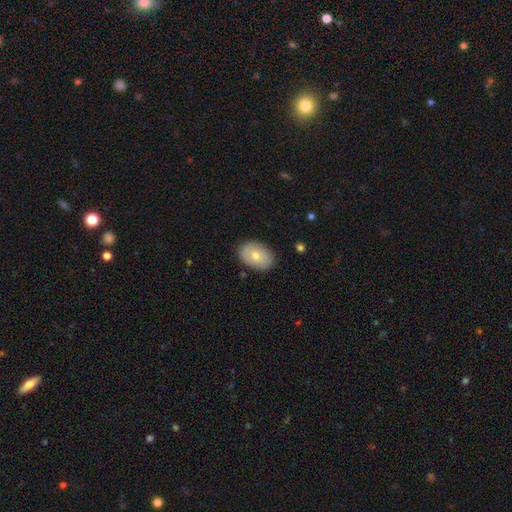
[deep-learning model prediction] Smooth or featured: smooth — 71% (featured or disk — 22%)
How rounded: in between — 84% (round — 14%)
Merging: none — 86% (minor disturbance — 11%)